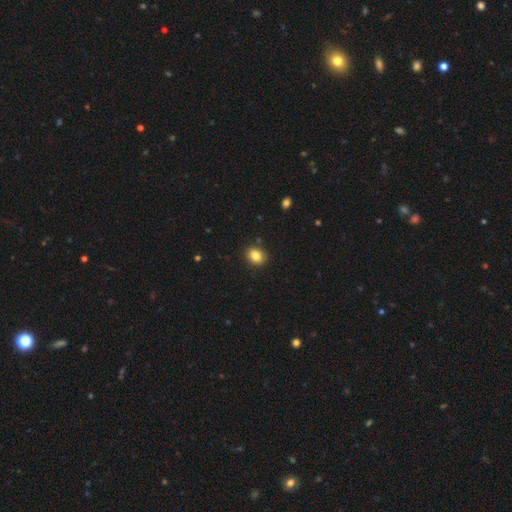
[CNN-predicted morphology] This is clearly a smooth galaxy (83%). How rounded: possibly round (56%). Merging: clearly none (89%).